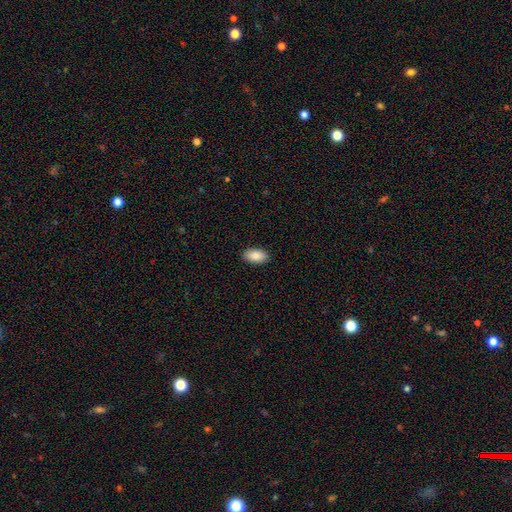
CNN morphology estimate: This is clearly a smooth galaxy (89%). How rounded: clearly in between (94%). Merging: clearly none (90%).